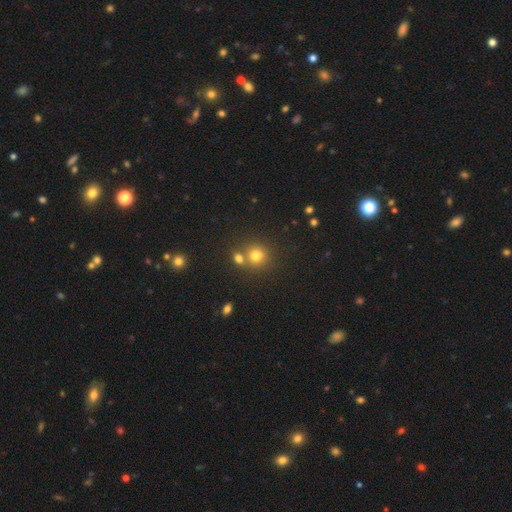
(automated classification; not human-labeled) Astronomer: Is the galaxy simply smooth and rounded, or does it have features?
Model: smooth — 76%.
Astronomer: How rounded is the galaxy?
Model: round — 87%.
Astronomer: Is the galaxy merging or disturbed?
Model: none — 60%.